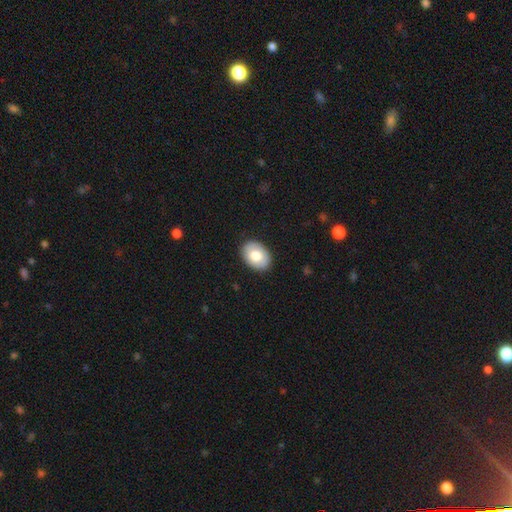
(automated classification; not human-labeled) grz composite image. It shows a smooth galaxy with no disk features (76%) that is in between round and cigar-shaped (79%). Merging: none (89%).